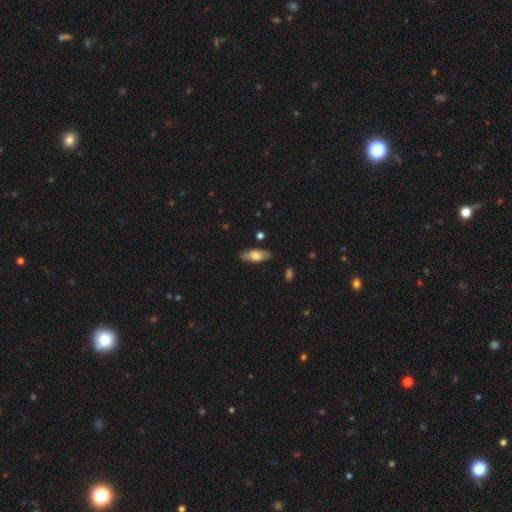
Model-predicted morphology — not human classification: Smooth or featured: smooth — 66% (featured or disk — 28%)
How rounded: in between — 80% (cigar-shaped — 18%)
Merging: none — 85% (minor disturbance — 12%)